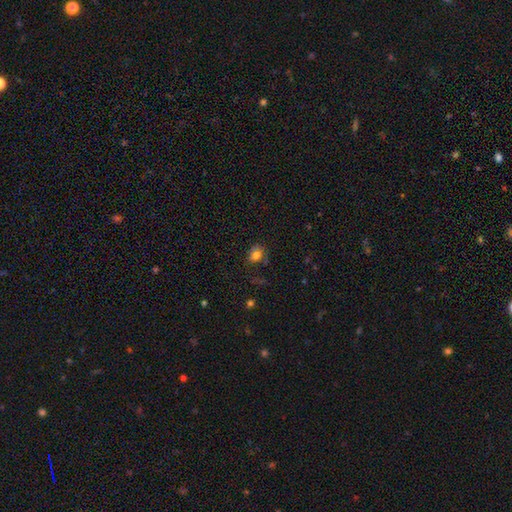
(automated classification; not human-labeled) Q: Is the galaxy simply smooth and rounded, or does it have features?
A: smooth — 79%.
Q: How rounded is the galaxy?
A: round — 54%.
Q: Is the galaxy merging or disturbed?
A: none — 65%.